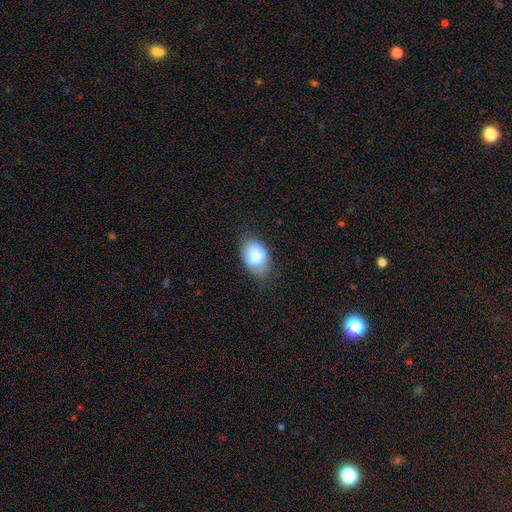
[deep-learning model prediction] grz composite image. It shows a smooth galaxy with no disk features (84%) that is in between round and cigar-shaped (86%). Merging: none (73%).